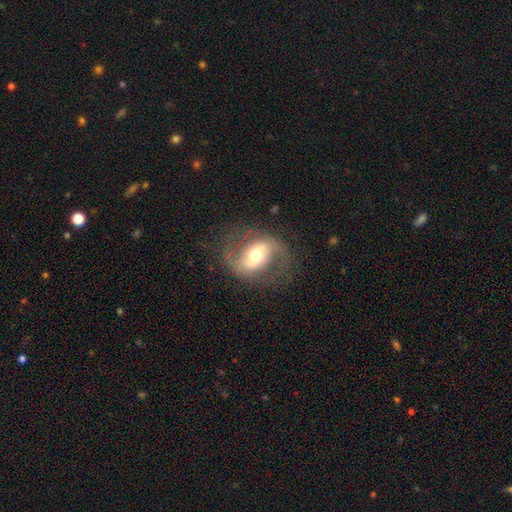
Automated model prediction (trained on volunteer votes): This is likely a featured or disk galaxy (77%). It is clearly not viewed edge-on (96%). Bar: marginally strong (38%). Spiral arm pattern: clearly yes (82%). Spiral arm count: clearly 2 (90%). Spiral winding: possibly medium (48%). Central bulge: likely moderate (66%). Merging: likely none (74%).